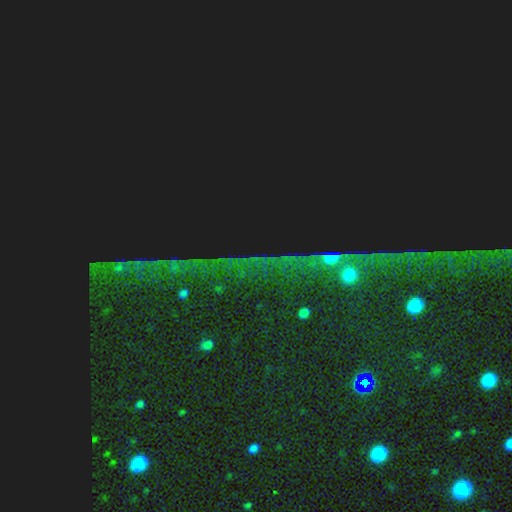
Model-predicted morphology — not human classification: Smooth or featured? Predicted: star or artifact (p=0.87).